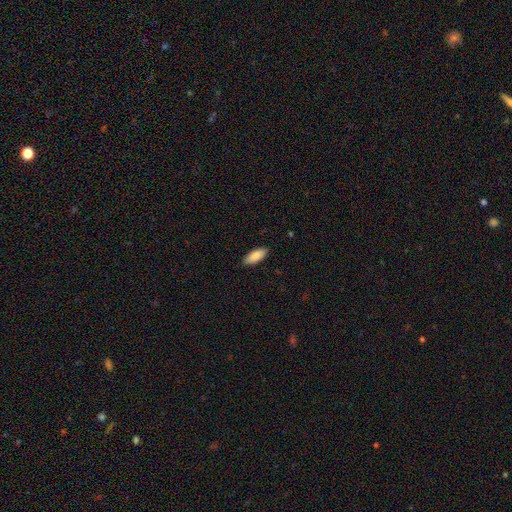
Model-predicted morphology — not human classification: smooth_or_featured: smooth (p=0.89) [alt: star or artifact p=0.06]
how_rounded: in between (p=0.80) [alt: cigar-shaped p=0.18]
merging: none (p=0.87) [alt: minor disturbance p=0.10]